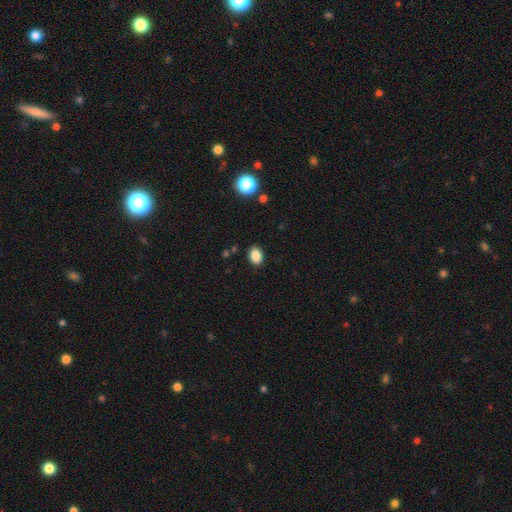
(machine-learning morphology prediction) The model was most divided on "how rounded": in between: 79%, round: 20%, cigar-shaped: 1%. More confident: merging — none (88%); smooth or featured — smooth (86%).